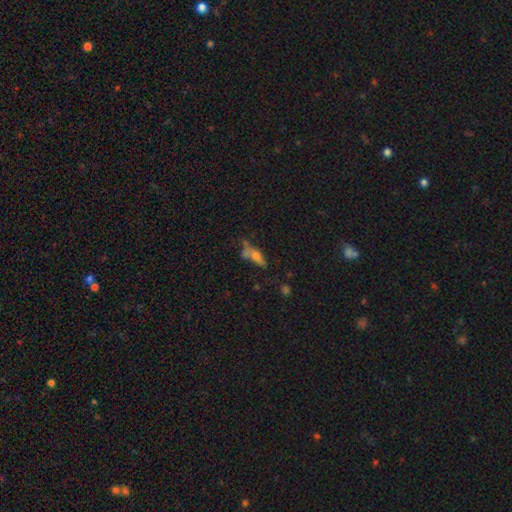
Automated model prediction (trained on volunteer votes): Smooth or featured? smooth (53%)
How rounded? in between (58%)
Merging? none (40%)